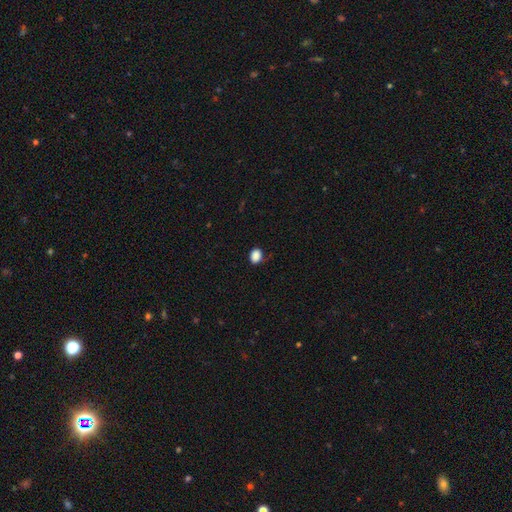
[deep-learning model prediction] smooth 87%, star or artifact 9%, featured or disk 3%. Down the decision tree: how rounded — in between (58%); merging — none (78%).